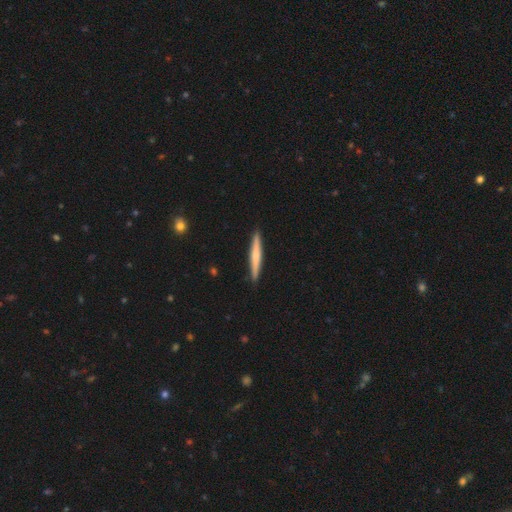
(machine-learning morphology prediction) A smooth galaxy with no disk features (54%) that is cigar-shaped (96%). Merging: none (92%).